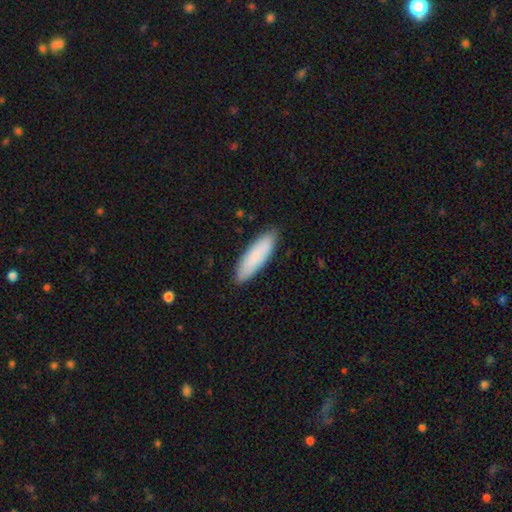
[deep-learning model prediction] Smooth or featured: smooth — 83% (featured or disk — 12%)
How rounded: cigar-shaped — 56% (in between — 43%)
Merging: none — 89% (minor disturbance — 9%)